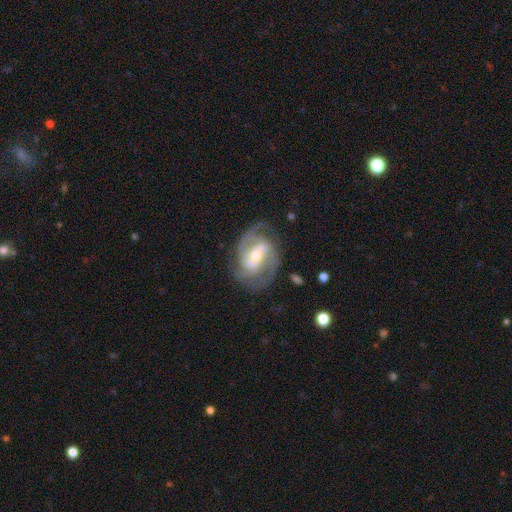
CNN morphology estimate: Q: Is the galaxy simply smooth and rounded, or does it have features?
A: featured or disk — 89%.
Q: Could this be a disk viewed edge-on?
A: no — 97%.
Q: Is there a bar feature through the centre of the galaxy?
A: strong — 42%.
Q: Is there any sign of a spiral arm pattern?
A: yes — 96%.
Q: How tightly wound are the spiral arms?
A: medium — 50%.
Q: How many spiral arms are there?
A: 2 — 68%.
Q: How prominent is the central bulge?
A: moderate — 53%.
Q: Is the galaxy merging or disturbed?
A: none — 73%.